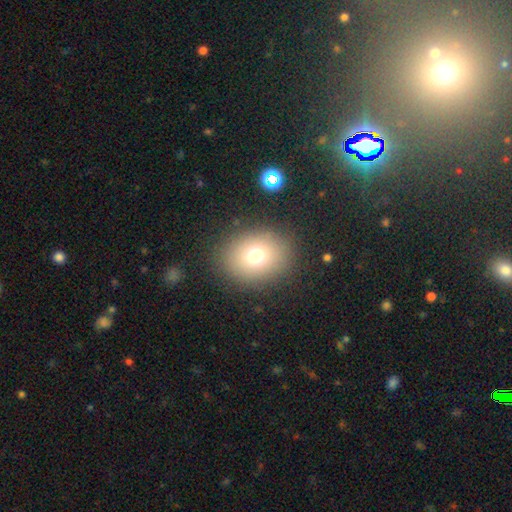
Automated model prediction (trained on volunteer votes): smooth 71%, star or artifact 17%, featured or disk 12%. Down the decision tree: how rounded — round (55%); merging — none (86%).